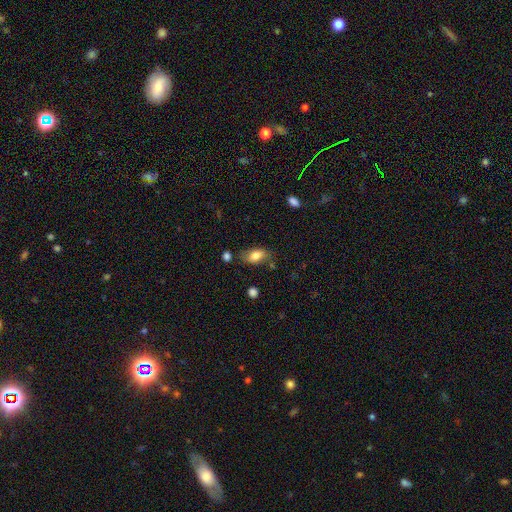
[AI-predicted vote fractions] This appears to be a smooth galaxy with no disk features (78%) that is in between round and cigar-shaped (90%). Merging: none (73%).